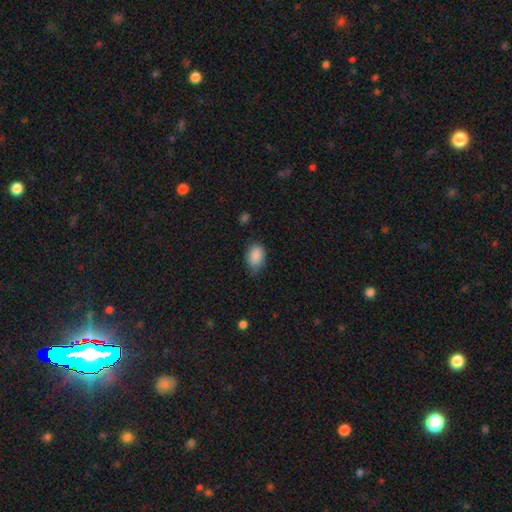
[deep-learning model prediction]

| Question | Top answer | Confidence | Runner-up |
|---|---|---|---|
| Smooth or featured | smooth | 88% | star or artifact (8%) |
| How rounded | in between | 83% | round (16%) |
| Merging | none | 63% | minor disturbance (30%) |